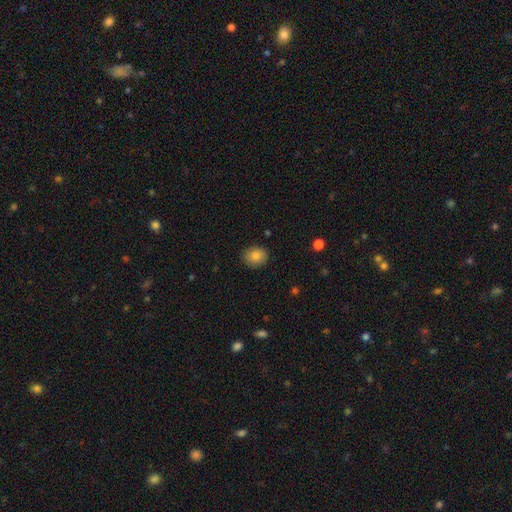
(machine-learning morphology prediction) Q: Smooth or featured?
A: smooth (83%); runner-up: star or artifact (9%)
Q: How rounded?
A: round (64%); runner-up: in between (35%)
Q: Merging?
A: none (86%); runner-up: minor disturbance (11%)